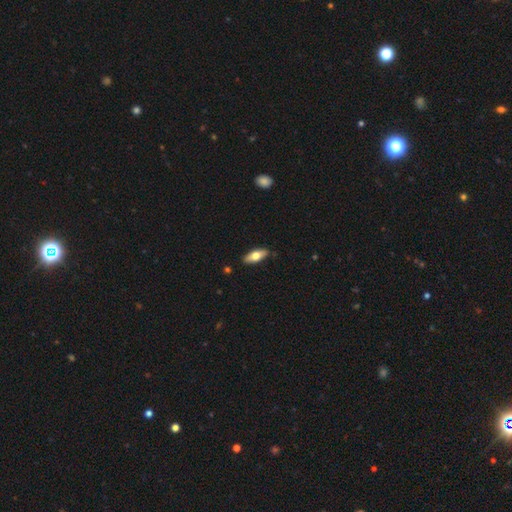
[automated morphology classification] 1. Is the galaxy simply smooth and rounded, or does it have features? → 65% smooth, 30% featured or disk, 6% star or artifact.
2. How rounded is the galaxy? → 73% in between, 24% cigar-shaped, 3% round.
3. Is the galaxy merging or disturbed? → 85% none, 11% minor disturbance, 2% major disturbance, 1% merger.